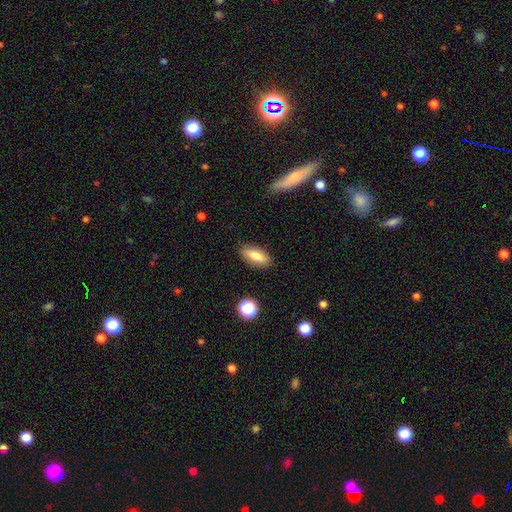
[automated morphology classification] Smooth or featured? smooth (80%)
How rounded? in between (75%)
Merging? none (87%)